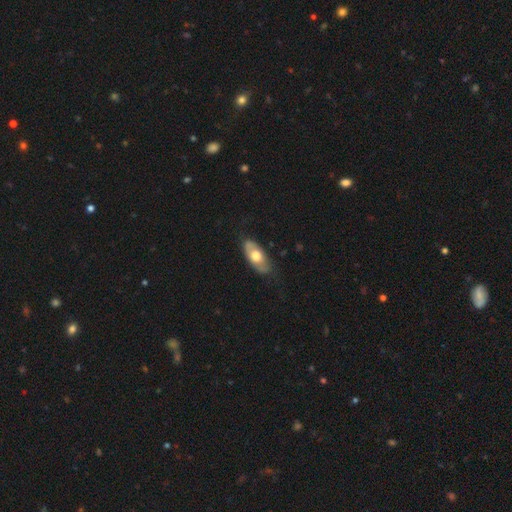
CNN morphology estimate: This appears to be a smooth galaxy with no disk features (56%) that is in between round and cigar-shaped (85%). Merging: none (75%).